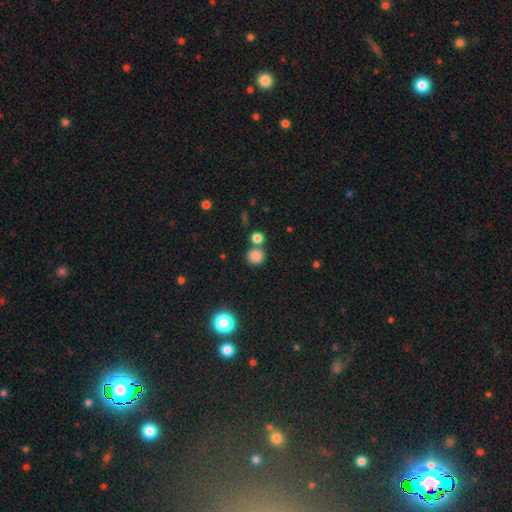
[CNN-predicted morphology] smooth 83%, star or artifact 12%, featured or disk 5%. Down the decision tree: how rounded — round (89%); merging — none (66%).